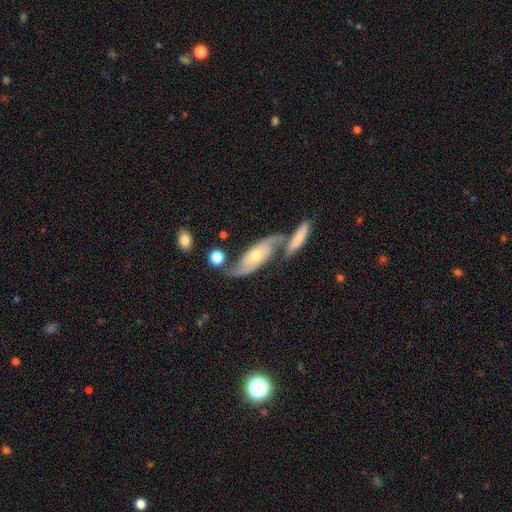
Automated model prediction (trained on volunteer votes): The model was most divided on "merging": none: 45%, merger: 33%, minor disturbance: 15%, major disturbance: 7%. Remaining: spiral arms — yes (95%); edge-on disk — no (90%); spiral arm count — 2 (89%); smooth or featured — featured or disk (82%); bar — no (61%); bulge size — moderate (56%); spiral winding — medium (45%).